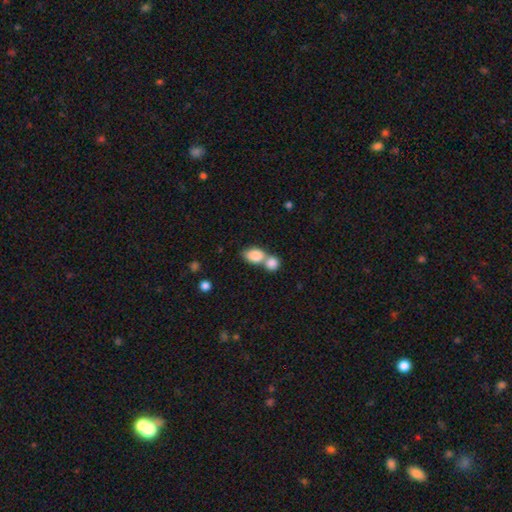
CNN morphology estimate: smooth 84%, featured or disk 9%, star or artifact 7%. Down the decision tree: how rounded — in between (80%); merging — merger (65%).